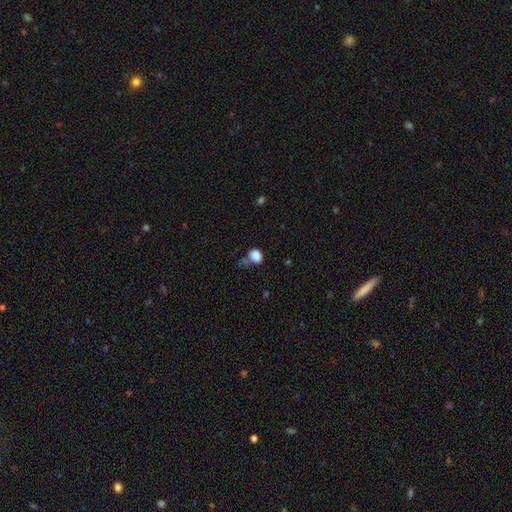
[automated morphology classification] Overall: smooth (85%). How rounded: round (59%; in between 40%). Merging: none (51%; minor disturbance 26%).